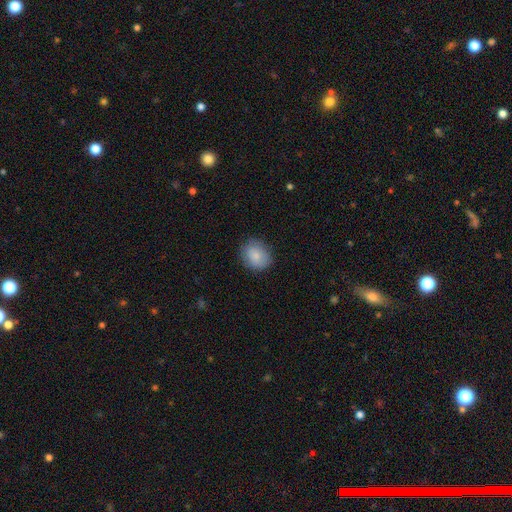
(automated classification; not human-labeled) smooth 83%, featured or disk 10%, star or artifact 7%. Down the decision tree: how rounded — round (61%); merging — none (80%).